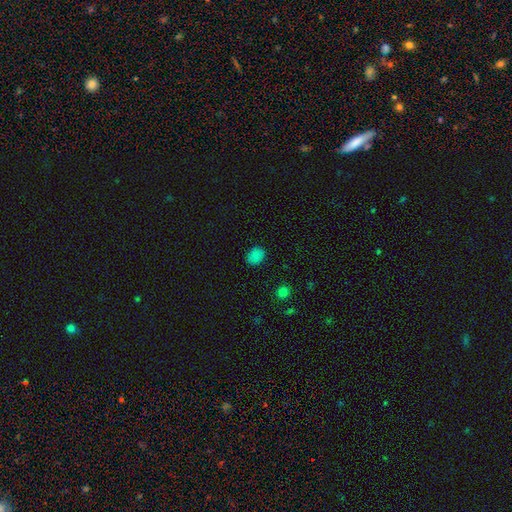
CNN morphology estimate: Smooth or featured? Predicted: smooth (p=0.79). How rounded? Predicted: in between (p=0.58). Merging? Predicted: none (p=0.84).